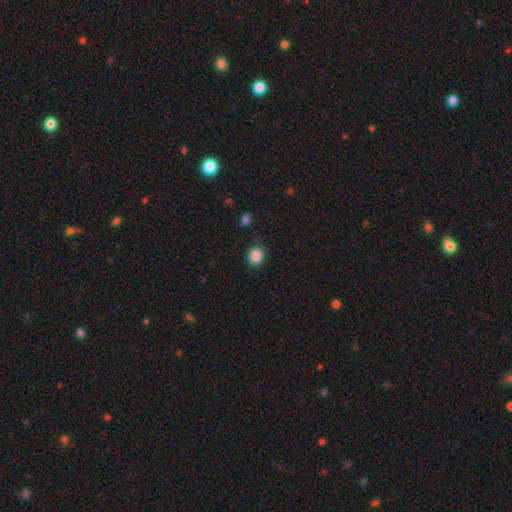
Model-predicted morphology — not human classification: Smooth or featured? Predicted: smooth (p=0.86). How rounded? Predicted: round (p=0.77). Merging? Predicted: none (p=0.78).